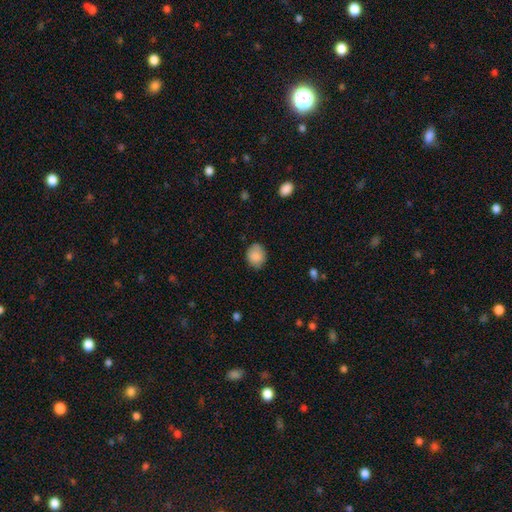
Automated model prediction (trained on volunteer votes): Morphology: type=smooth (87%); roundness=round (63%); merging=none (78%).